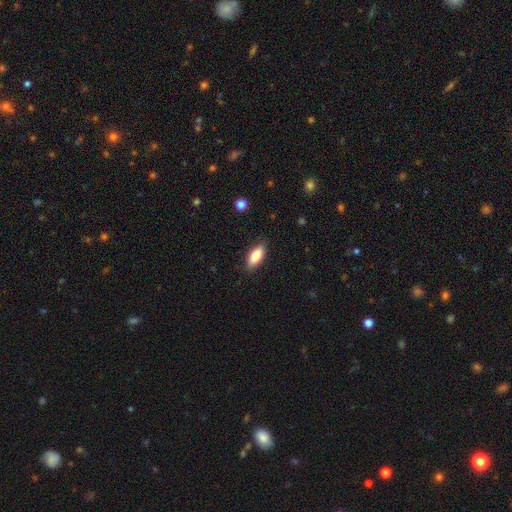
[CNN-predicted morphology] Smooth or featured? smooth (82%)
How rounded? in between (80%)
Merging? none (86%)